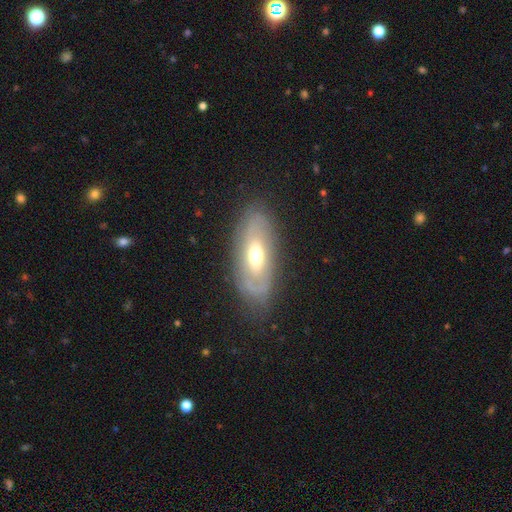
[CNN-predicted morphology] Smooth or featured: featured or disk — 59% (smooth — 35%)
Edge-on disk: no — 83% (yes — 17%)
Merging: none — 77% (minor disturbance — 16%)